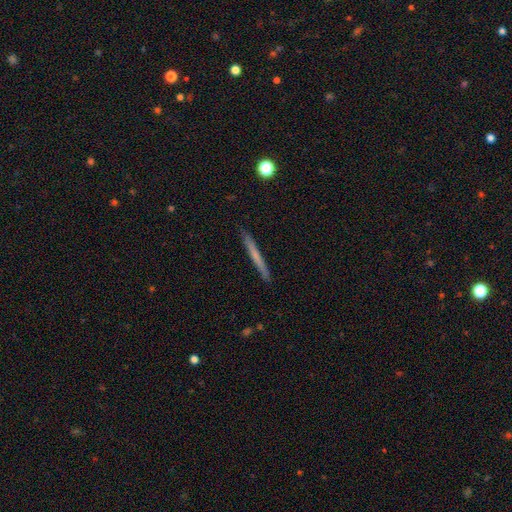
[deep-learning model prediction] This is possibly a smooth galaxy (52%). How rounded: clearly cigar-shaped (97%). Merging: clearly none (91%).